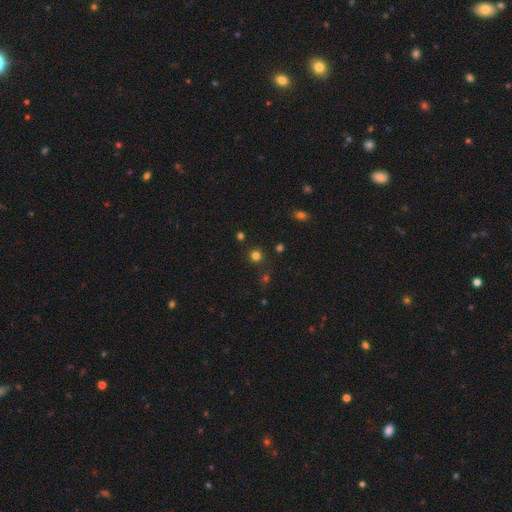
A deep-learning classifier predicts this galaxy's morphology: This appears to be a smooth galaxy with no disk features (73%) that is round (93%). Merging: none (86%).